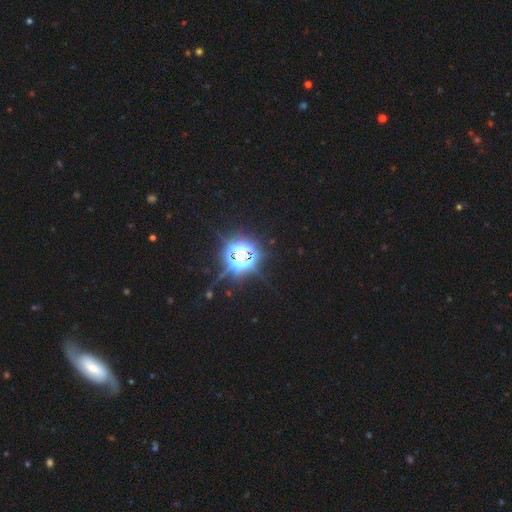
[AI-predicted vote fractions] smooth-or-featured: star or artifact: 80% | smooth: 10% | featured or disk: 10%